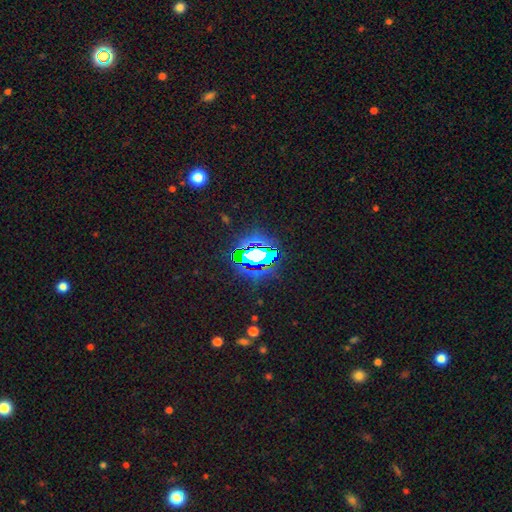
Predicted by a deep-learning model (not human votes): The model was most divided on "smooth or featured": star or artifact: 68%, smooth: 19%, featured or disk: 13%.